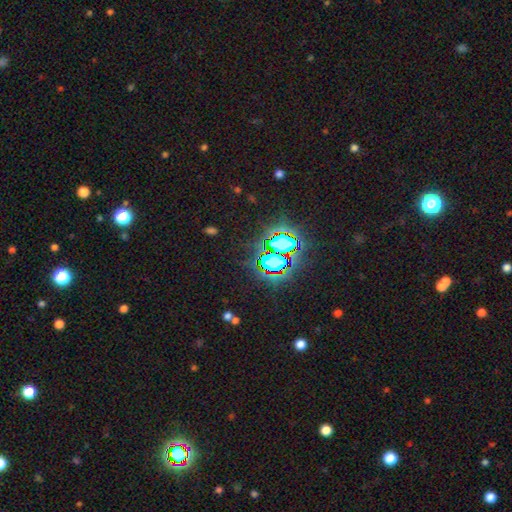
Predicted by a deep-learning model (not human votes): A star or artifact, not a galaxy (83%).